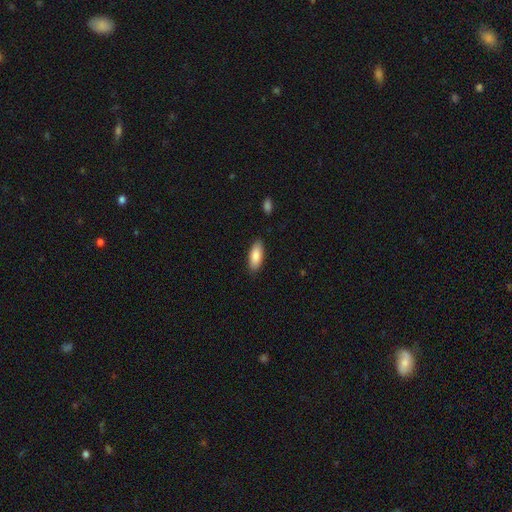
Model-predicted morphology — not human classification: Q: Smooth or featured?
A: smooth (85%); runner-up: featured or disk (9%)
Q: How rounded?
A: in between (78%); runner-up: cigar-shaped (21%)
Q: Merging?
A: none (87%); runner-up: minor disturbance (10%)